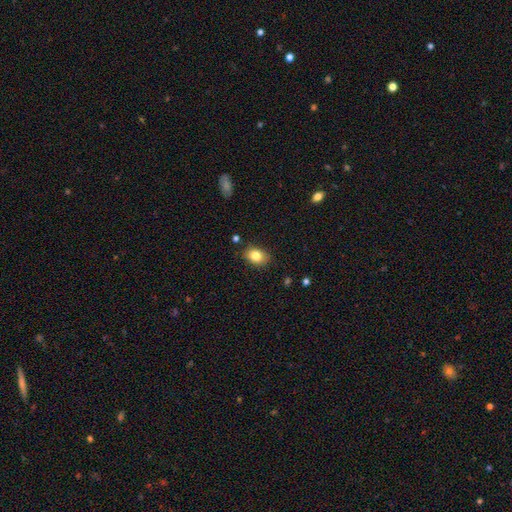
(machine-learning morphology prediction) Smooth or featured?
  - smooth: 82% *
  - star or artifact: 9%
  - featured or disk: 9%
How rounded?
  - in between: 72% *
  - round: 27%
  - cigar-shaped: 1%
Merging?
  - none: 83% *
  - minor disturbance: 13%
  - major disturbance: 3%
  - merger: 2%